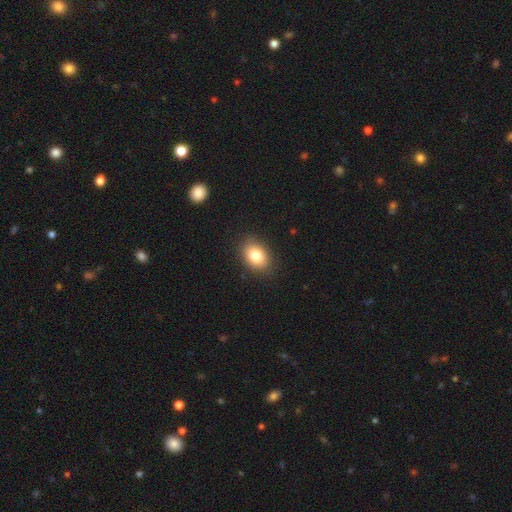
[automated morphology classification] Q: Smooth or featured?
A: smooth (82%); runner-up: featured or disk (9%)
Q: How rounded?
A: in between (76%); runner-up: round (23%)
Q: Merging?
A: none (87%); runner-up: minor disturbance (9%)